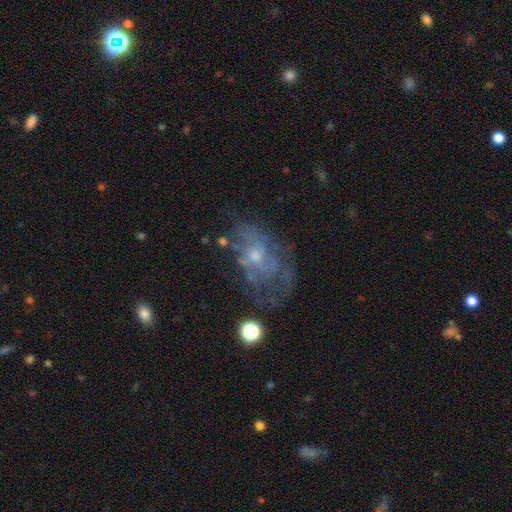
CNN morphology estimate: smooth_or_featured: featured or disk (p=0.65) [alt: smooth p=0.23]
disk_edge_on: no (p=0.96) [alt: yes p=0.04]
bar: no (p=0.81) [alt: weak p=0.17]
has_spiral_arms: yes (p=0.52) [alt: no p=0.48]
bulge_size: small (p=0.52) [alt: moderate p=0.37]
merging: none (p=0.46) [alt: major disturbance p=0.27]